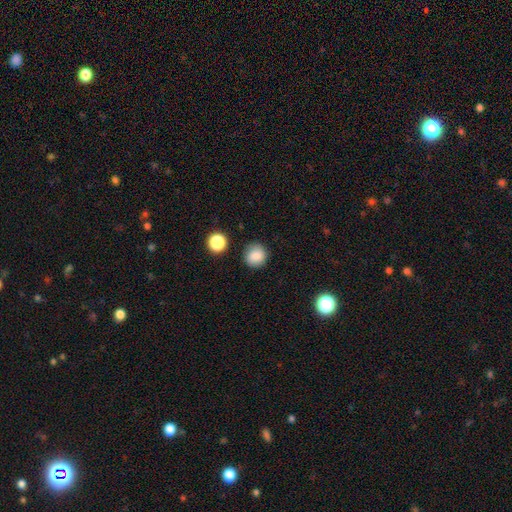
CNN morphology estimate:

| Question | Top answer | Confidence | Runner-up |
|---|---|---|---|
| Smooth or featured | smooth | 85% | star or artifact (10%) |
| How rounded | round | 90% | in between (9%) |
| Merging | none | 84% | minor disturbance (11%) |